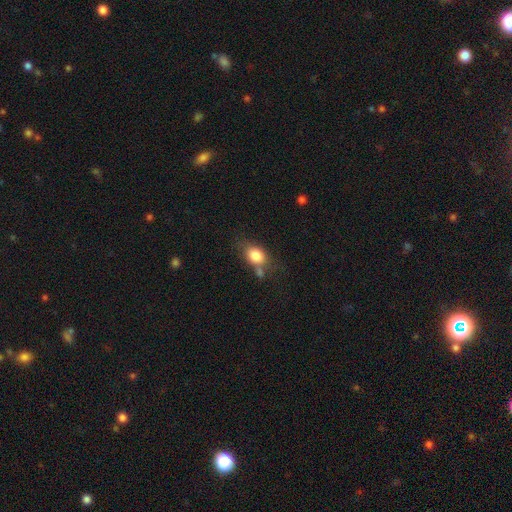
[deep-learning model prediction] This appears to be a smooth galaxy with no disk features (81%) that is in between round and cigar-shaped (70%). Merging: none (51%).